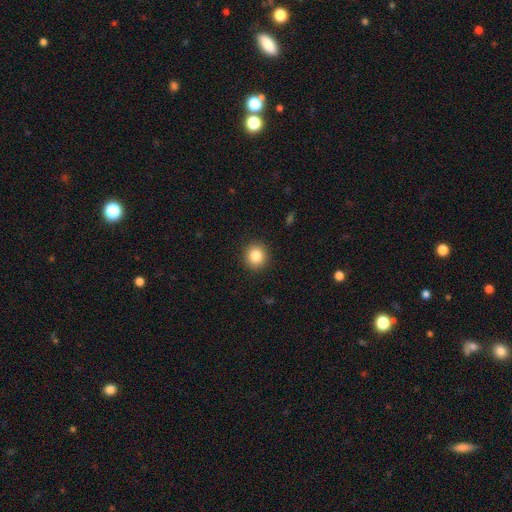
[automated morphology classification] smooth-or-featured: smooth: 84% | star or artifact: 10% | featured or disk: 6%
  how-rounded: round: 90% | in between: 10% | cigar-shaped: 1%
  merging: none: 92% | minor disturbance: 6% | major disturbance: 2% | merger: 1%